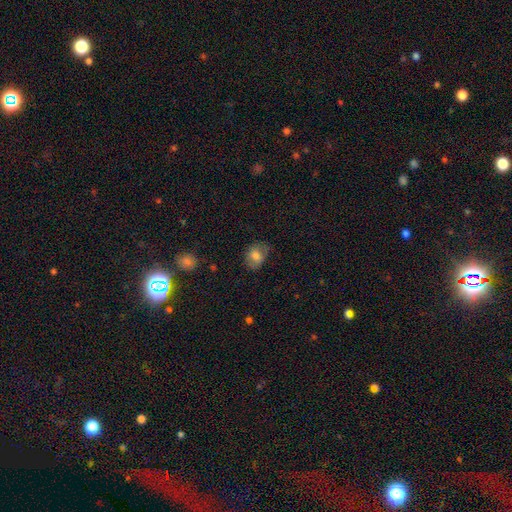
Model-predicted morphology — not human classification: Q: Smooth or featured?
A: smooth (73%); runner-up: featured or disk (17%)
Q: How rounded?
A: in between (59%); runner-up: round (40%)
Q: Merging?
A: none (64%); runner-up: minor disturbance (24%)